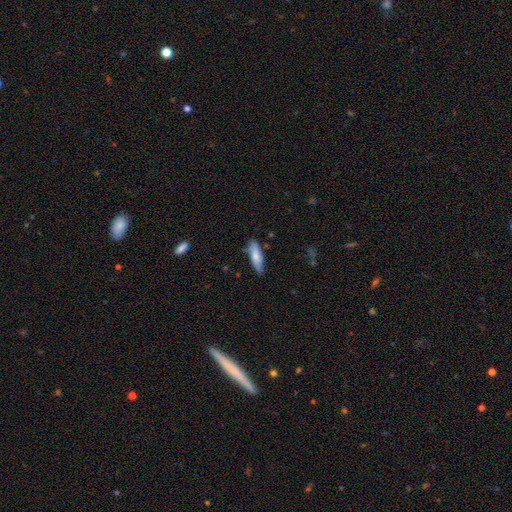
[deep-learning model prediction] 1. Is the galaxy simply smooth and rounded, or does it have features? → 75% smooth, 19% featured or disk, 6% star or artifact.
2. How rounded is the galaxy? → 60% cigar-shaped, 38% in between, 2% round.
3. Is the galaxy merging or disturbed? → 78% none, 17% minor disturbance, 3% major disturbance, 2% merger.